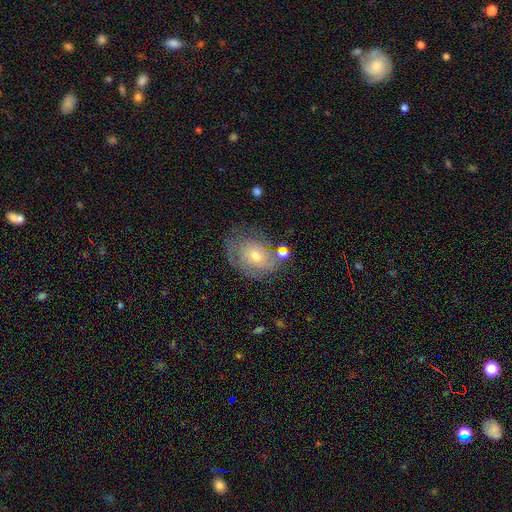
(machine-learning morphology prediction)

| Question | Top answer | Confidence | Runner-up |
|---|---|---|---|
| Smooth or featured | featured or disk | 55% | smooth (35%) |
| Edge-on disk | no | 95% | yes (5%) |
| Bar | no | 79% | weak (18%) |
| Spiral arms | yes | 68% | no (32%) |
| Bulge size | small | 50% | moderate (45%) |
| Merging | none | 60% | minor disturbance (23%) |